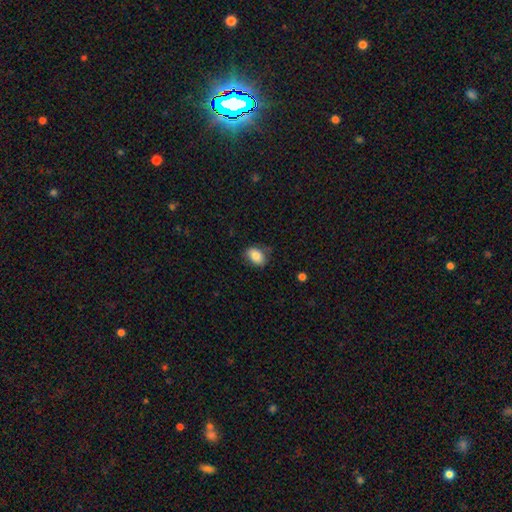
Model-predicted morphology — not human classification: Overall: smooth (84%). How rounded: in between (82%). Merging: none (75%).